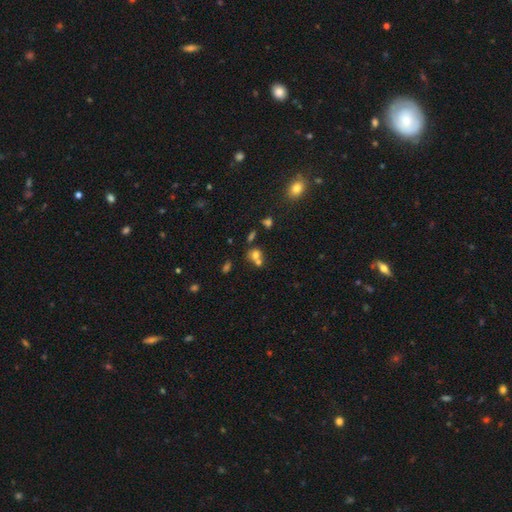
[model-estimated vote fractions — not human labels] This appears to be a smooth galaxy with no disk features (67%) that is round (68%). Merging: merger (49%).